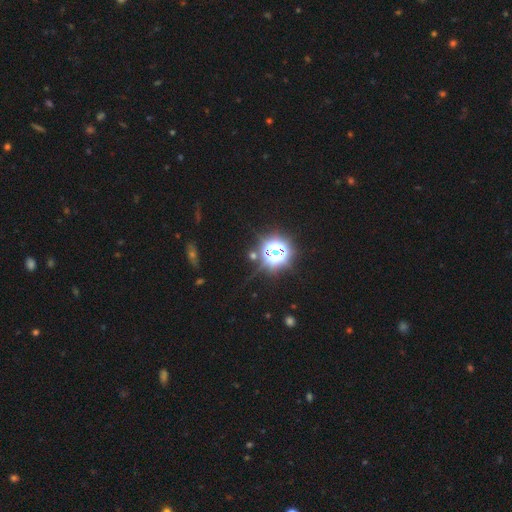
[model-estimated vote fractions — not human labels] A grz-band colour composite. It shows a star or artifact, not a galaxy (72%).